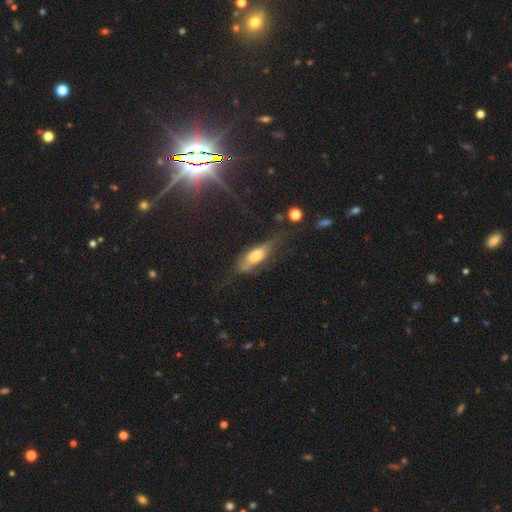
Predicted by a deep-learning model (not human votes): Smooth or featured? Predicted: smooth (p=0.51). How rounded? Predicted: in between (p=0.59). Merging? Predicted: none (p=0.49).